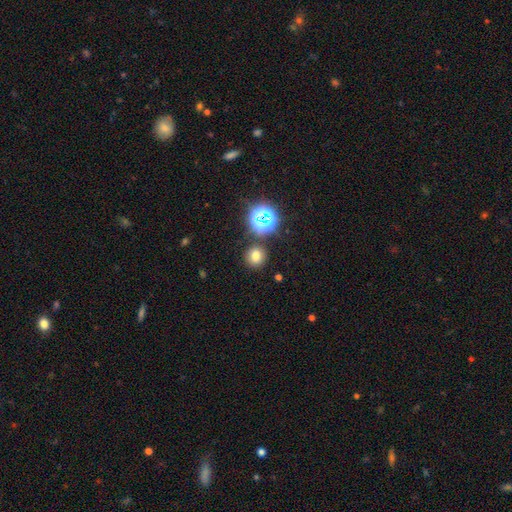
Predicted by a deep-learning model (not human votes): Smooth or featured? Predicted: smooth (p=0.68). How rounded? Predicted: round (p=0.88). Merging? Predicted: none (p=0.84).